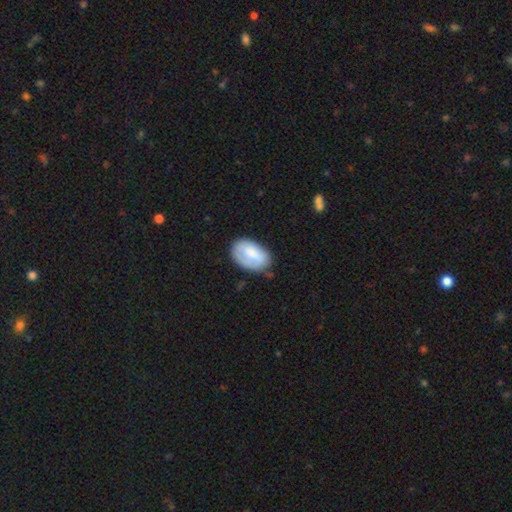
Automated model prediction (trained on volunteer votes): This is likely a smooth galaxy (74%). How rounded: clearly in between (92%). Merging: likely none (68%).